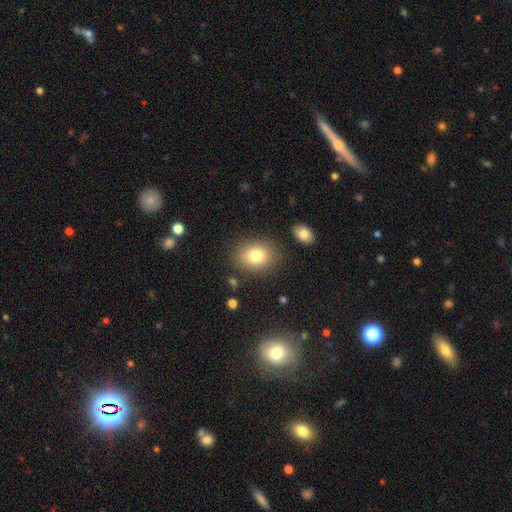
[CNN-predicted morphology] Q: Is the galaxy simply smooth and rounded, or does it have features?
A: smooth — 79%.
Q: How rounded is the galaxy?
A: in between — 57%.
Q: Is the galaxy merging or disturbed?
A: none — 82%.